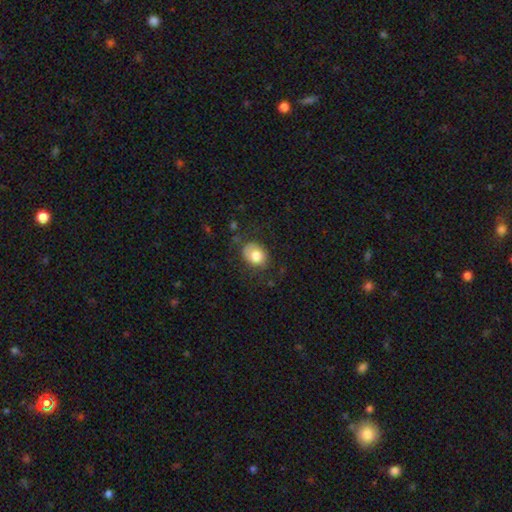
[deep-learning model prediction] smooth-or-featured: smooth: 79% | featured or disk: 13% | star or artifact: 8%
  how-rounded: in between: 55% | round: 44% | cigar-shaped: 1%
  merging: none: 64% | minor disturbance: 24% | major disturbance: 10% | merger: 2%